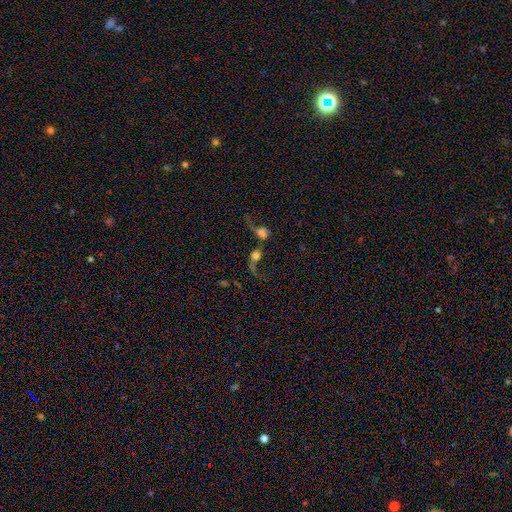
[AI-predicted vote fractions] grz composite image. It shows a smooth galaxy with no disk features (46%). Merging: merger (68%).